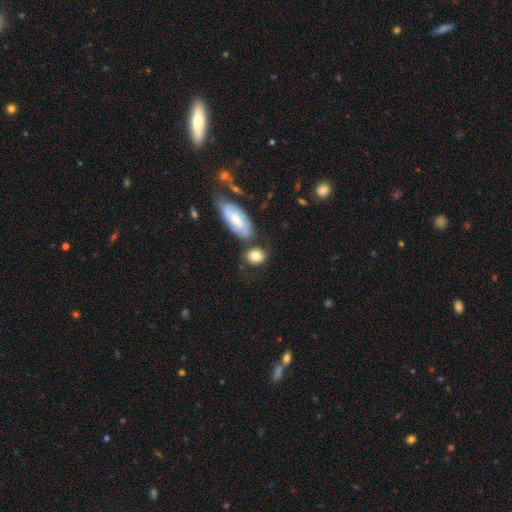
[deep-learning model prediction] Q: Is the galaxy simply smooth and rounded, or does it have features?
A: smooth — 77%.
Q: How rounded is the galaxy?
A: in between — 49%.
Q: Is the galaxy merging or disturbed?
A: none — 60%.